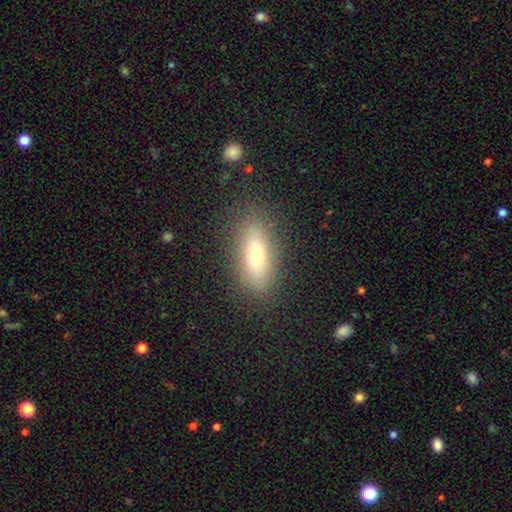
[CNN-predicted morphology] Smooth or featured? Predicted: smooth (p=0.64). How rounded? Predicted: in between (p=0.66). Merging? Predicted: none (p=0.84).